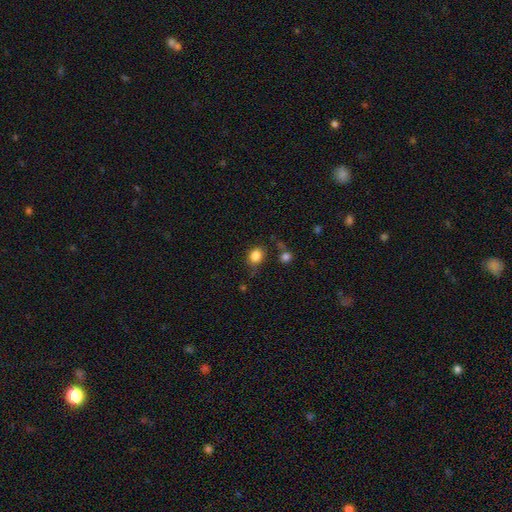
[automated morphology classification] A smooth galaxy with no disk features (85%) that is round (54%).

Vote fractions:
- Smooth or featured? smooth: 85% / star or artifact: 10% / featured or disk: 5%
- How rounded? round: 54% / in between: 45% / cigar-shaped: 1%
- Merging? none: 73% / minor disturbance: 16% / merger: 5% / major disturbance: 5%